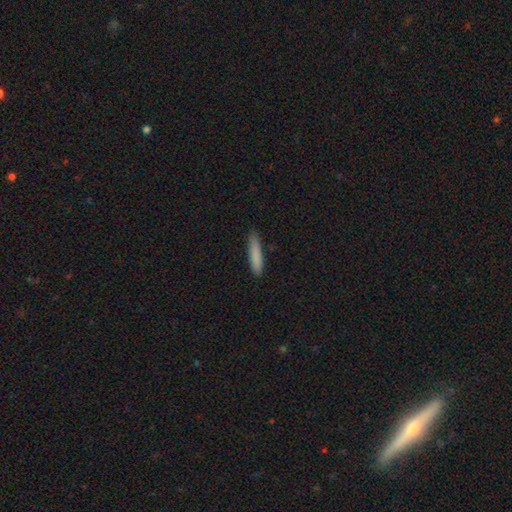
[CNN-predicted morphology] This appears to be a smooth galaxy with no disk features (84%) that is cigar-shaped (88%). Merging: none (82%).